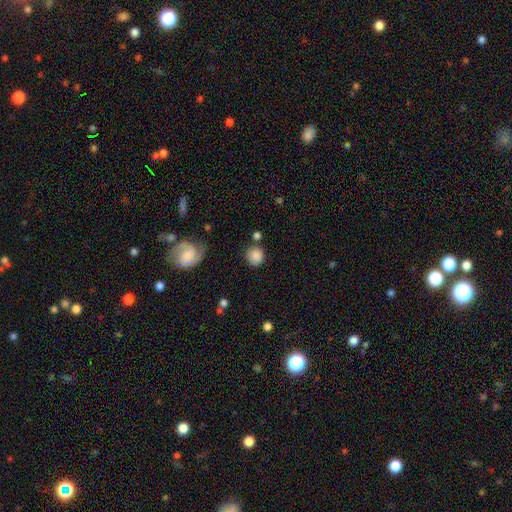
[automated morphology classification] Smooth or featured? smooth (83%)
How rounded? round (88%)
Merging? none (75%)